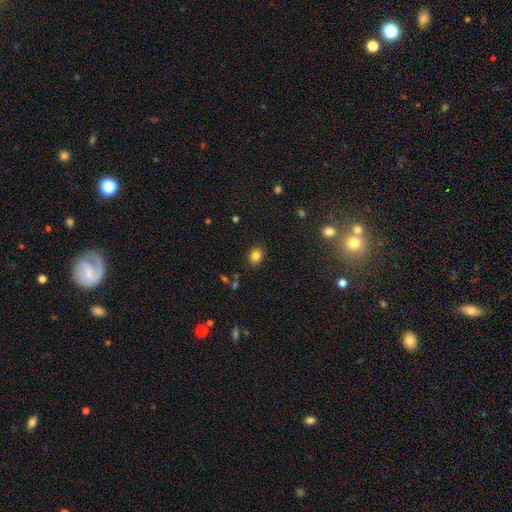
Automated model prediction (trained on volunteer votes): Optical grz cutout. It shows a smooth galaxy with no disk features (83%) that is in between round and cigar-shaped (60%). Merging: none (86%).